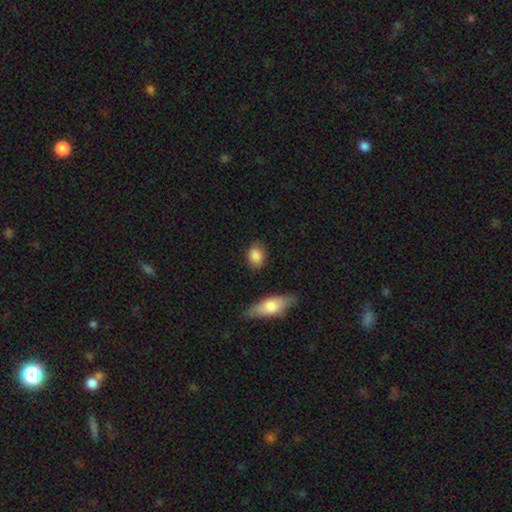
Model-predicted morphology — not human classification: Smooth or featured? smooth (87%)
How rounded? in between (68%)
Merging? none (80%)